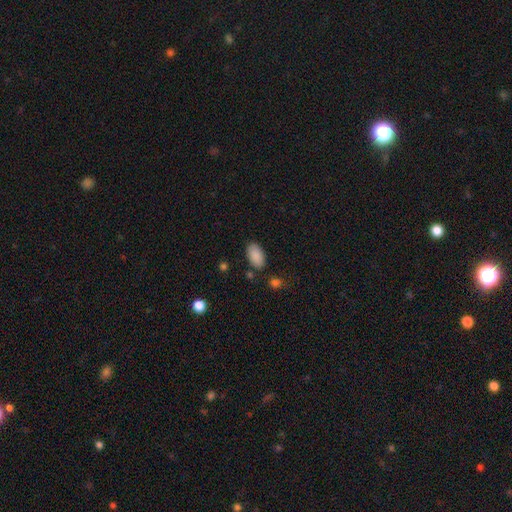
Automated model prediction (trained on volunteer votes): Overall: smooth (89%). How rounded: in between (94%). Merging: none (82%).